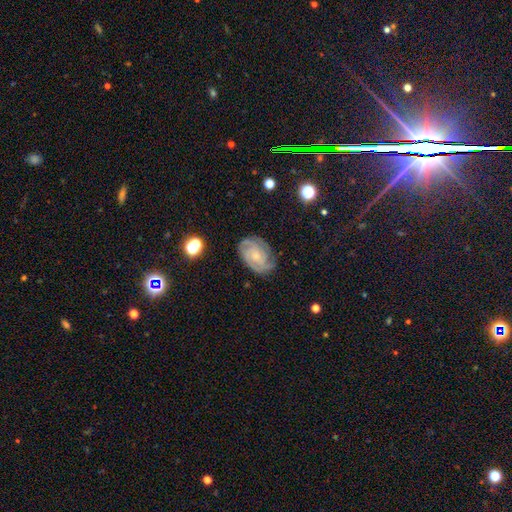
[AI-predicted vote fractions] Smooth or featured? featured or disk (83%)
Edge-on disk? no (97%)
Bar? no (71%)
Spiral arms? yes (97%)
Spiral winding? tight (65%)
Spiral arm count? 3 (34%)
Bulge size? small (67%)
Merging? none (77%)